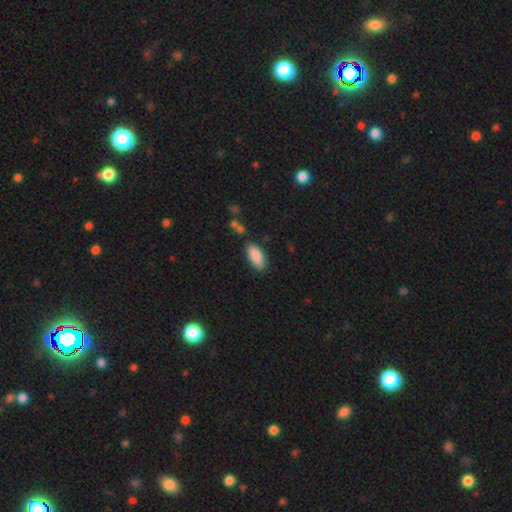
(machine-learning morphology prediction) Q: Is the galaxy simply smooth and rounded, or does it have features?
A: smooth — 88%.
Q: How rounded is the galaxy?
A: in between — 87%.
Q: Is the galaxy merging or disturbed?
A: none — 78%.